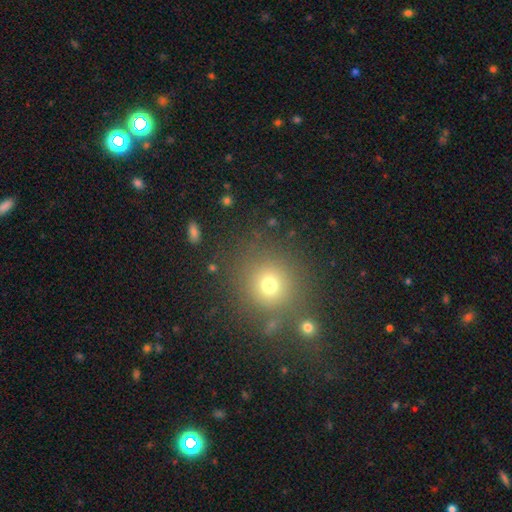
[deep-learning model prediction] Smooth or featured? Predicted: smooth (p=0.61). How rounded? Predicted: round (p=0.89). Merging? Predicted: none (p=0.80).